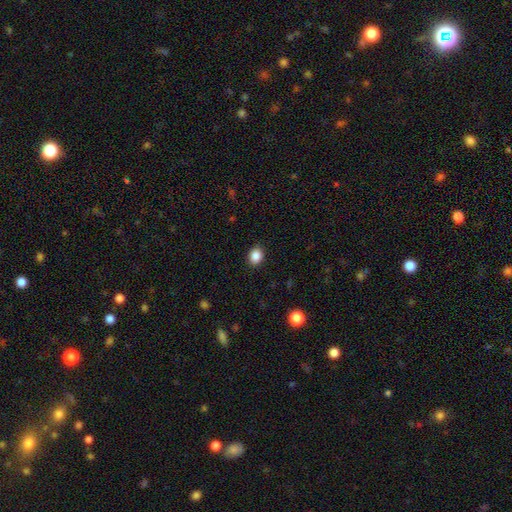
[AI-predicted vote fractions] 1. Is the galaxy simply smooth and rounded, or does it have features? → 87% smooth, 9% star or artifact, 3% featured or disk.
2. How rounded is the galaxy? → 51% round, 48% in between, 1% cigar-shaped.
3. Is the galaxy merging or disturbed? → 89% none, 8% minor disturbance, 2% major disturbance, 1% merger.